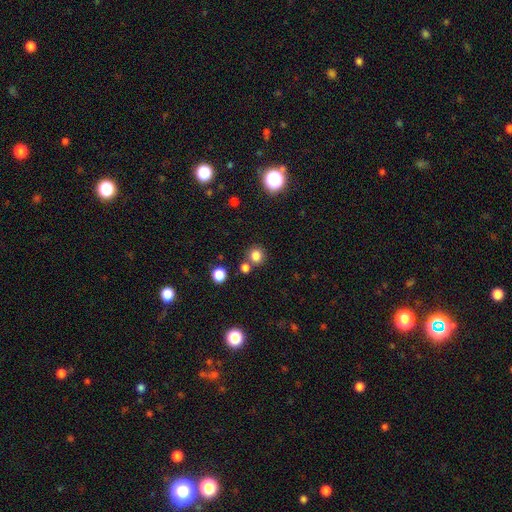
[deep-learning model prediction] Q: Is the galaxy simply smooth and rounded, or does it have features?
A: smooth — 80%.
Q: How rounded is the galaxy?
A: round — 88%.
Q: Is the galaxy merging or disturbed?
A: none — 72%.